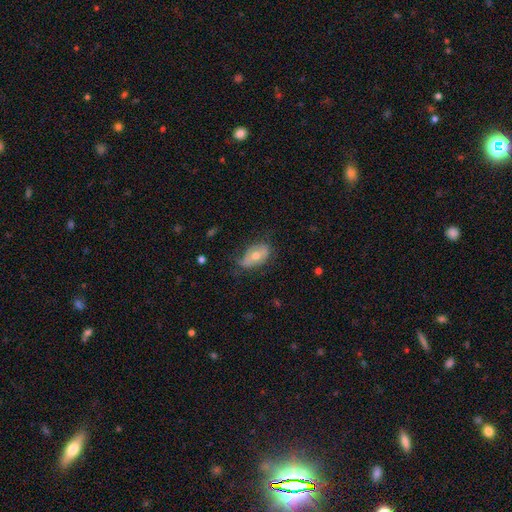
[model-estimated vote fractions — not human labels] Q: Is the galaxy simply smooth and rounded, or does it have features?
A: featured or disk — 46%, tied with smooth.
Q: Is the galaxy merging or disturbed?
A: none — 59%.